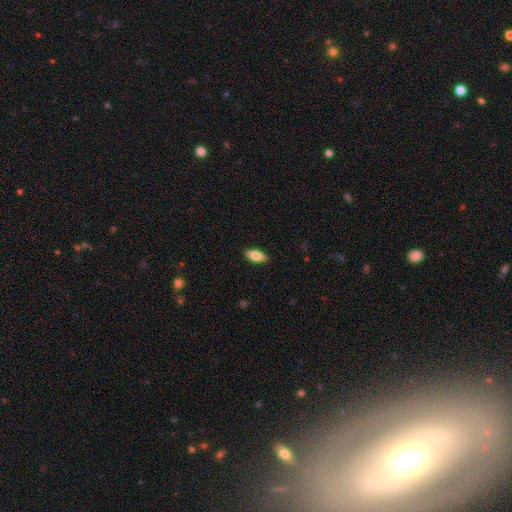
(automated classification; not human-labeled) A smooth galaxy with no disk features (77%) that is in between round and cigar-shaped (79%). Merging: none (90%).